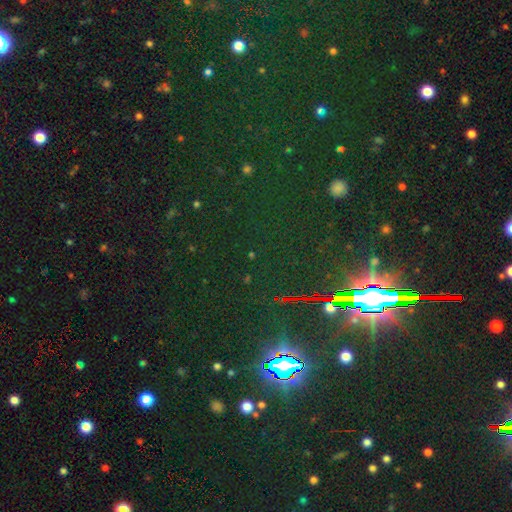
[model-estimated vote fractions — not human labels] Q: Smooth or featured?
A: star or artifact (81%); runner-up: smooth (11%)